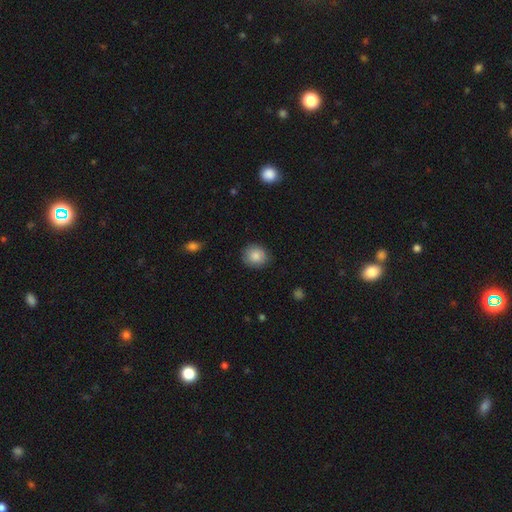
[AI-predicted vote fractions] Overall: smooth (85%). How rounded: round (79%). Merging: none (86%).